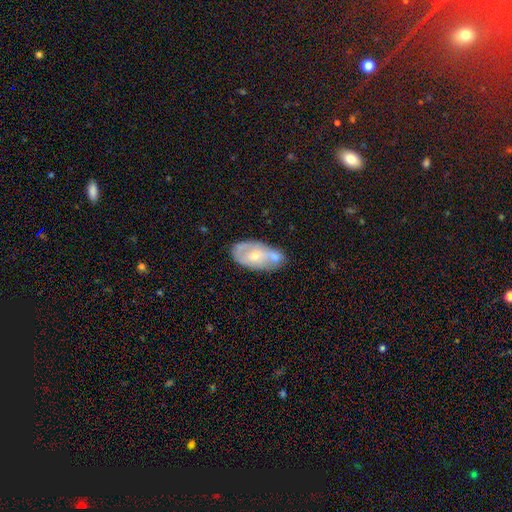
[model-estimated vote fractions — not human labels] This is possibly a featured or disk galaxy (55%). It is clearly not viewed edge-on (93%). Bar: possibly no (59%). Spiral arm pattern: possibly yes (51%). Central bulge: possibly small (54%). Merging: marginally none (38%).